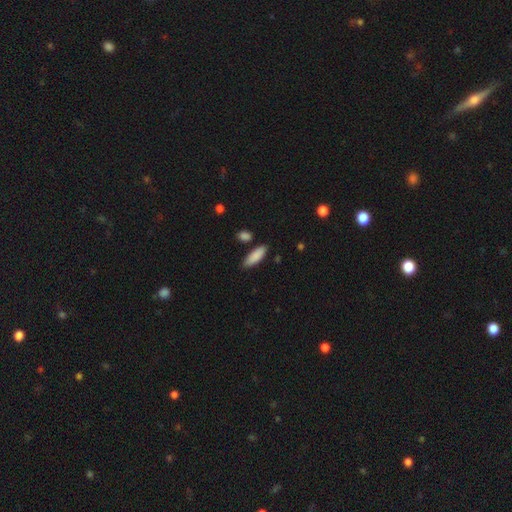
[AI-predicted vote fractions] Smooth or featured: smooth — 88% (featured or disk — 6%)
How rounded: in between — 60% (cigar-shaped — 38%)
Merging: none — 82% (minor disturbance — 12%)